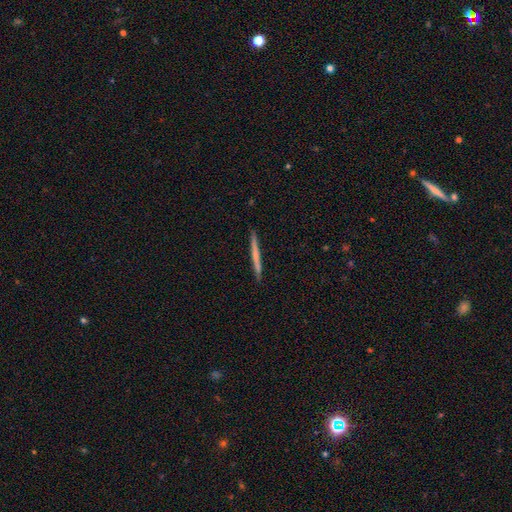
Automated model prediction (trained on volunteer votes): Smooth or featured? smooth (52%)
How rounded? cigar-shaped (97%)
Merging? none (91%)